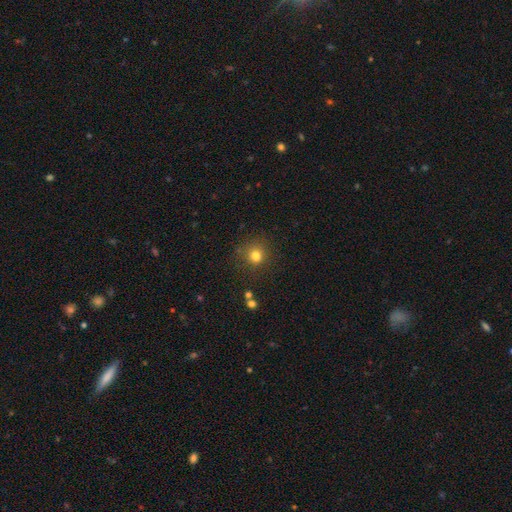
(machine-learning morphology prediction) type=smooth (79%); roundness=round (88%); merging=none (82%).